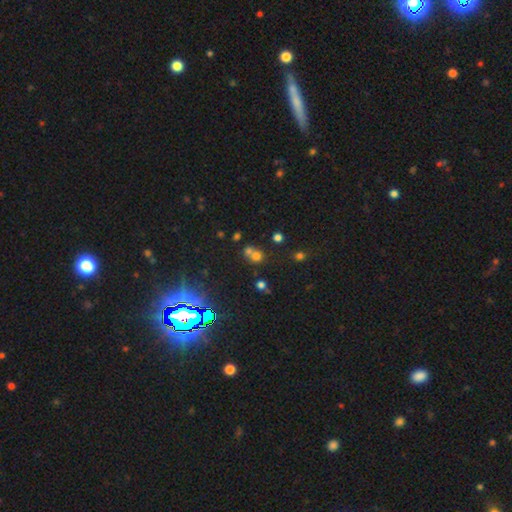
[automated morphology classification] Smooth or featured: smooth — 59% (star or artifact — 29%)
How rounded: round — 80% (in between — 18%)
Merging: merger — 47% (none — 43%)